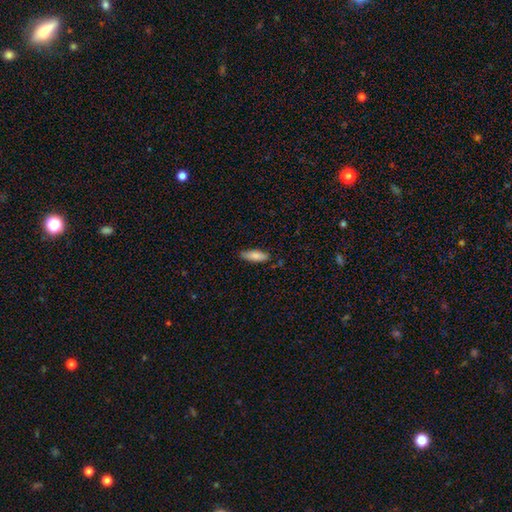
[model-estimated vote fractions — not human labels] smooth_or_featured: smooth (p=0.83) [alt: featured or disk p=0.11]
how_rounded: in between (p=0.60) [alt: cigar-shaped p=0.38]
merging: none (p=0.83) [alt: minor disturbance p=0.14]